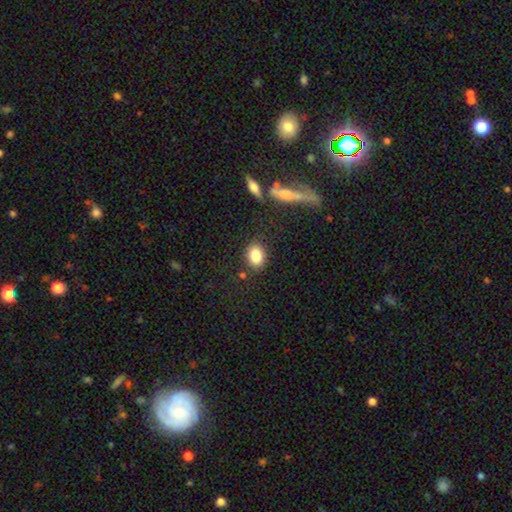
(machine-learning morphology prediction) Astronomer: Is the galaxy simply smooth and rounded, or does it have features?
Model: smooth — 85%.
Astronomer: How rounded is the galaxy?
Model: in between — 71%.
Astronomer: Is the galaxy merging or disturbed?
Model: none — 83%.